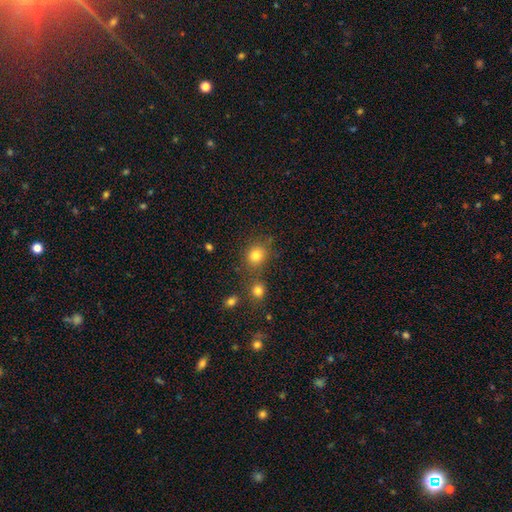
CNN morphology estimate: Smooth or featured: smooth — 80% (star or artifact — 13%)
How rounded: round — 75% (in between — 24%)
Merging: none — 69% (merger — 15%)